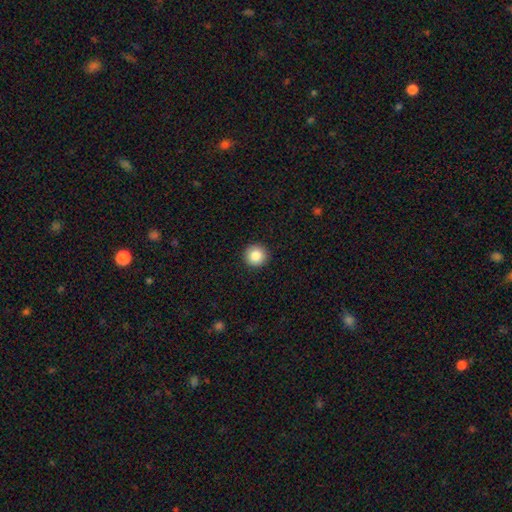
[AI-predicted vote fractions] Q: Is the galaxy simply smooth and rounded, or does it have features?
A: smooth — 85%.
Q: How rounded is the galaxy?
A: round — 96%.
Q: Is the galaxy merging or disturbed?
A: none — 93%.